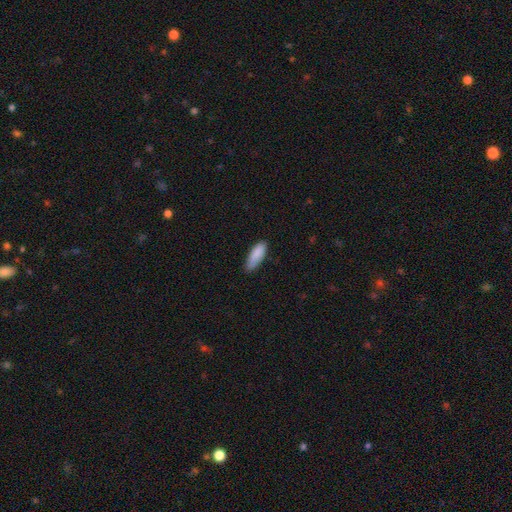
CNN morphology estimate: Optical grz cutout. It shows a smooth galaxy with no disk features (87%) that is in between round and cigar-shaped (64%). Merging: none (70%).